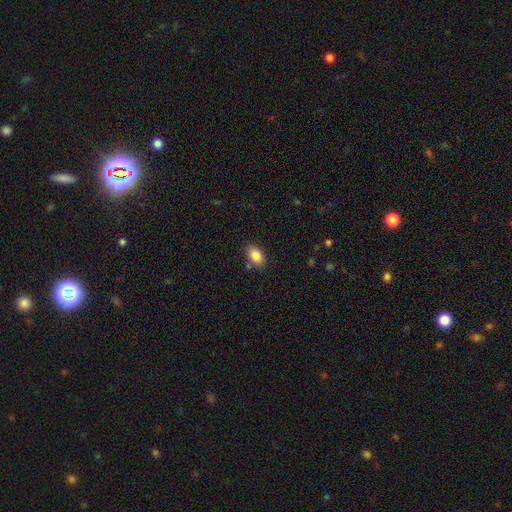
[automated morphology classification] The model was most divided on "merging": none: 80%, minor disturbance: 13%, merger: 4%, major disturbance: 3%. More confident: smooth or featured — smooth (85%); how rounded — in between (85%).